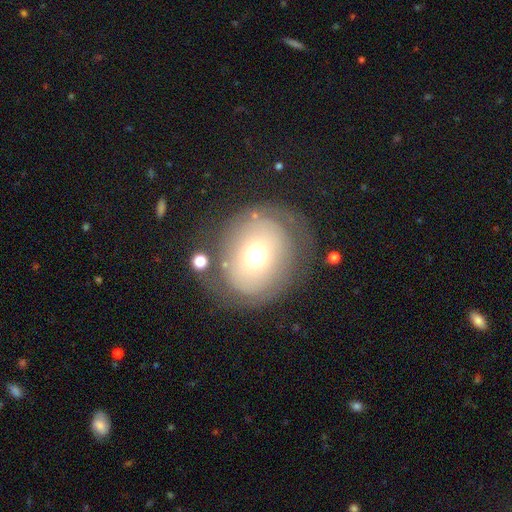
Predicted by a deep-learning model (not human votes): smooth-or-featured: smooth: 47% | featured or disk: 42% | star or artifact: 11%
  merging: none: 60% | minor disturbance: 18% | major disturbance: 17% | merger: 4%